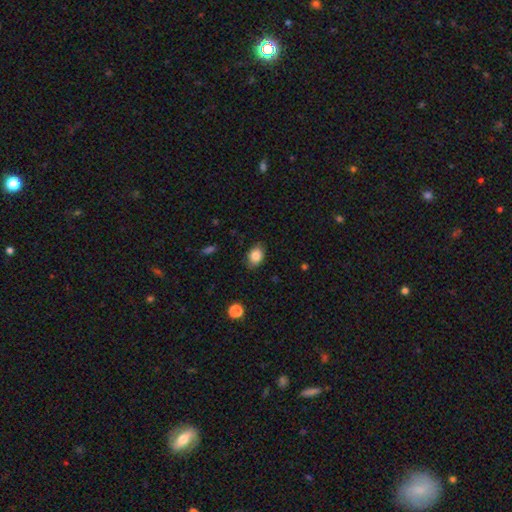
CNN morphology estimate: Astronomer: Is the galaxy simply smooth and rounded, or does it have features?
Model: smooth — 85%.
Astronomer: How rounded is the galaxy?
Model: in between — 72%.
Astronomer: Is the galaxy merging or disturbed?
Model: none — 82%.